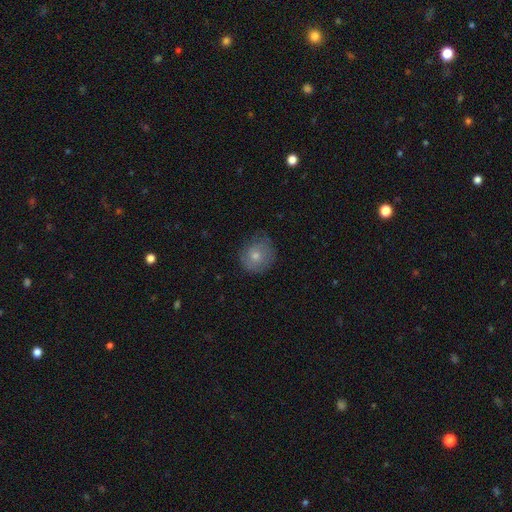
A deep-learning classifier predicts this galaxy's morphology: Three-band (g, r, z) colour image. It shows a smooth galaxy with no disk features (70%) that is round (84%). Merging: none (68%).